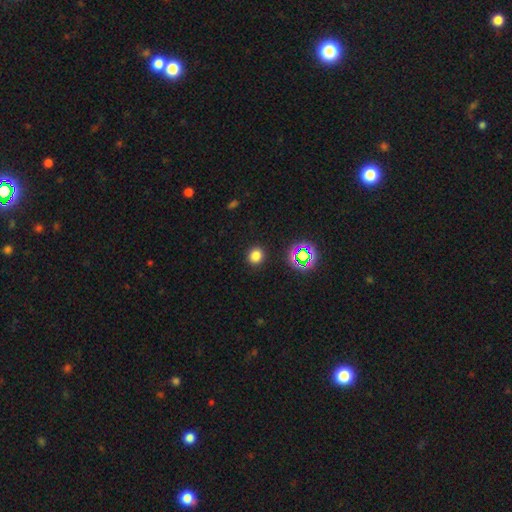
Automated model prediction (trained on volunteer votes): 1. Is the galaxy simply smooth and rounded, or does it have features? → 76% smooth, 18% star or artifact, 5% featured or disk.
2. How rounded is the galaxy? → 85% round, 14% in between, 1% cigar-shaped.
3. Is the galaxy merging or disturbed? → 90% none, 6% minor disturbance, 2% major disturbance, 1% merger.